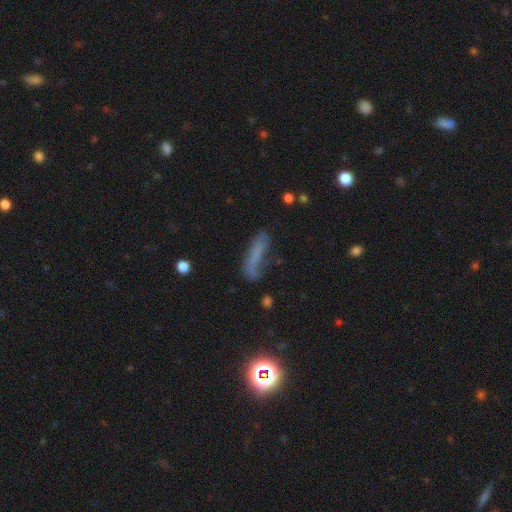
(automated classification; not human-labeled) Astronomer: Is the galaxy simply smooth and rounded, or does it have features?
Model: smooth — 58%.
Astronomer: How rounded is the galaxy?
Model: cigar-shaped — 73%.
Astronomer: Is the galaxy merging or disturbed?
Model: none — 44% (runner-up: minor disturbance, 27%).